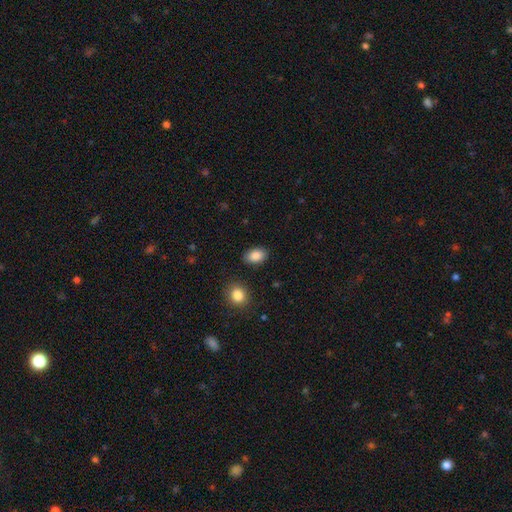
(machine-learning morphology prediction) This is clearly a smooth galaxy (87%). How rounded: clearly in between (84%). Merging: clearly none (86%).